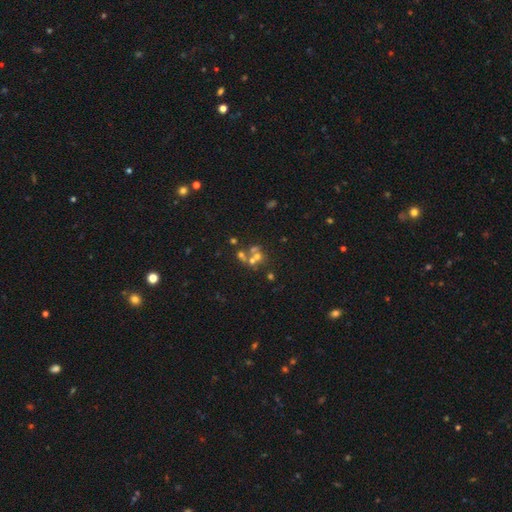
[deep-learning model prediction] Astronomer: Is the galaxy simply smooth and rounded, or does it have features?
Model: smooth — 36% (runner-up: star or artifact, 33%).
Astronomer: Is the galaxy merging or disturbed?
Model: none — 43% (runner-up: merger, 41%).